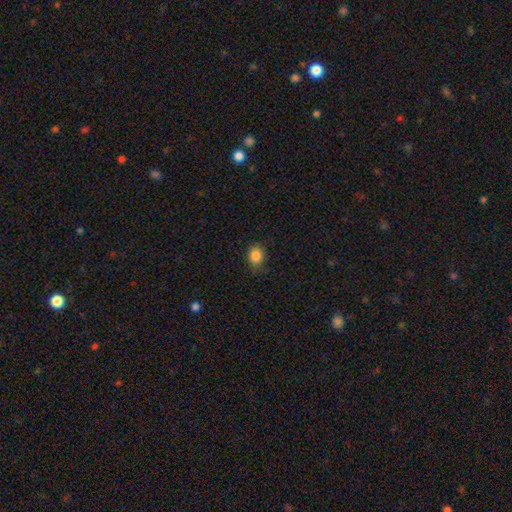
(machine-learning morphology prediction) A smooth galaxy with no disk features (85%) that is round (53%). Merging: none (80%).